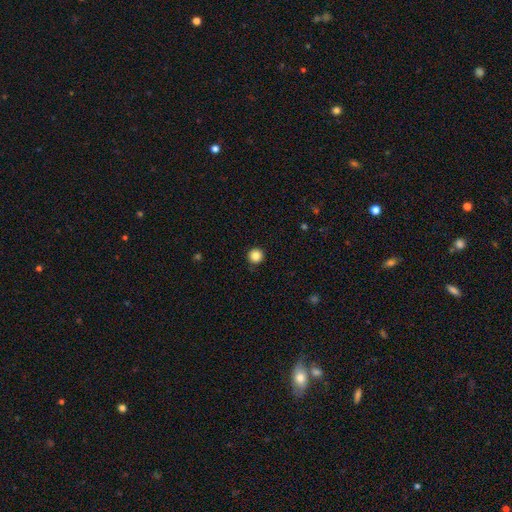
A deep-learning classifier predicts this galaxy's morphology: smooth-or-featured: smooth: 85% | star or artifact: 11% | featured or disk: 4%
  how-rounded: round: 96% | in between: 3% | cigar-shaped: 1%
  merging: none: 92% | minor disturbance: 6% | major disturbance: 2% | merger: 1%